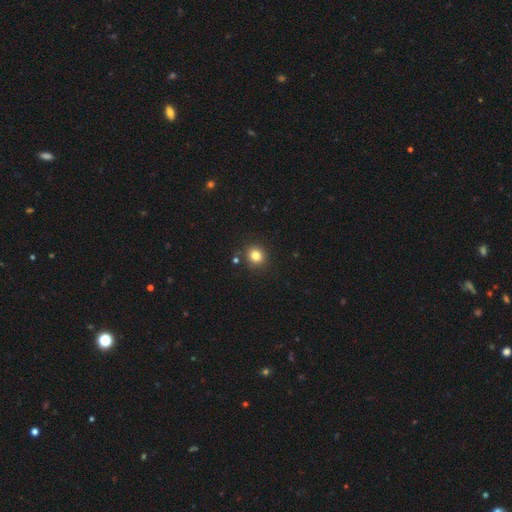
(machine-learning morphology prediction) smooth-or-featured: smooth: 81% | star or artifact: 13% | featured or disk: 6%
  how-rounded: round: 84% | in between: 15% | cigar-shaped: 1%
  merging: none: 86% | minor disturbance: 8% | merger: 4% | major disturbance: 2%